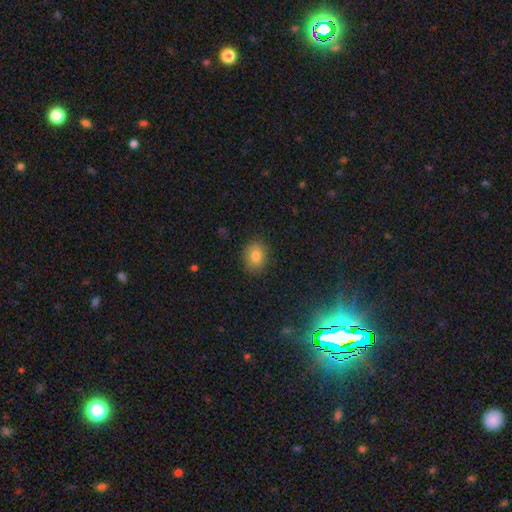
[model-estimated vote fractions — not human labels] A smooth galaxy with no disk features (80%) that is in between round and cigar-shaped (56%).

Vote fractions:
- Smooth or featured? smooth: 80% / star or artifact: 11% / featured or disk: 8%
- How rounded? in between: 56% / round: 43% / cigar-shaped: 1%
- Merging? none: 87% / minor disturbance: 9% / major disturbance: 2% / merger: 1%